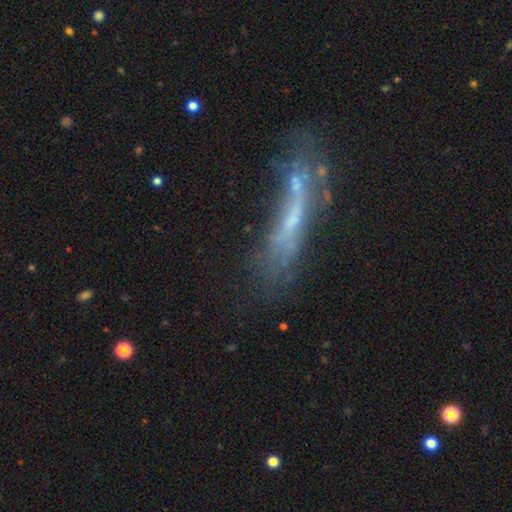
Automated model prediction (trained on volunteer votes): Q: Smooth or featured?
A: featured or disk (54%); runner-up: smooth (31%)
Q: Edge-on disk?
A: no (53%); runner-up: yes (47%)
Q: Merging?
A: none (43%); runner-up: major disturbance (23%)